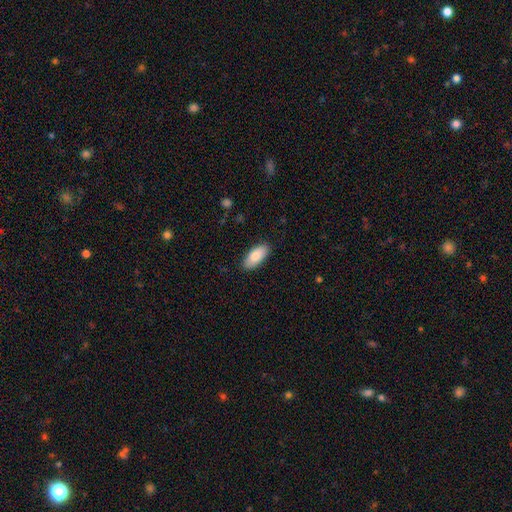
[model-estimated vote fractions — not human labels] smooth 85%, featured or disk 10%, star or artifact 6%. Down the decision tree: how rounded — in between (89%); merging — none (88%).